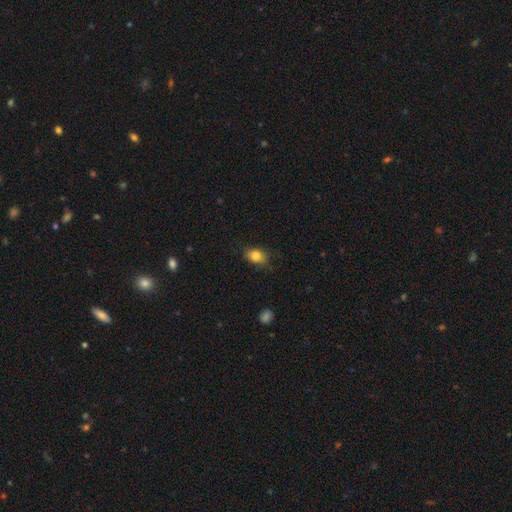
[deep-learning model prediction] Smooth or featured? Predicted: smooth (p=0.83). How rounded? Predicted: in between (p=0.74). Merging? Predicted: none (p=0.78).